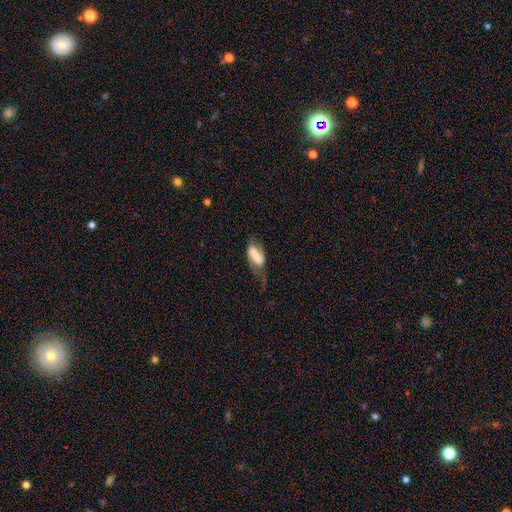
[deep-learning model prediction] This appears to be a smooth galaxy with no disk features (53%) that is in between round and cigar-shaped (86%). Merging: major disturbance (45%).